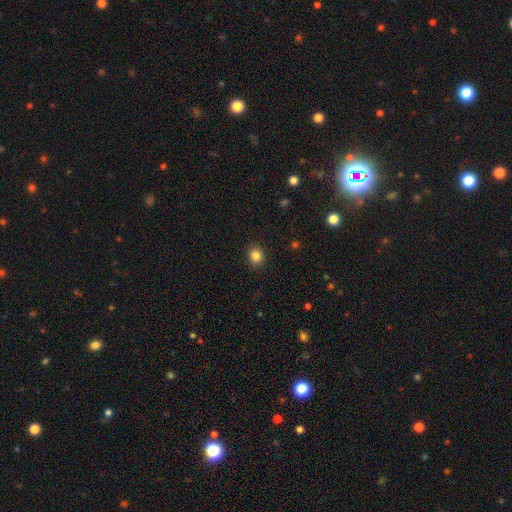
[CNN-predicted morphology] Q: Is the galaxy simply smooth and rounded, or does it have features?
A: smooth — 85%.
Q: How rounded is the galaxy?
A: round — 74%.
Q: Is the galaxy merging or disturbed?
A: none — 90%.